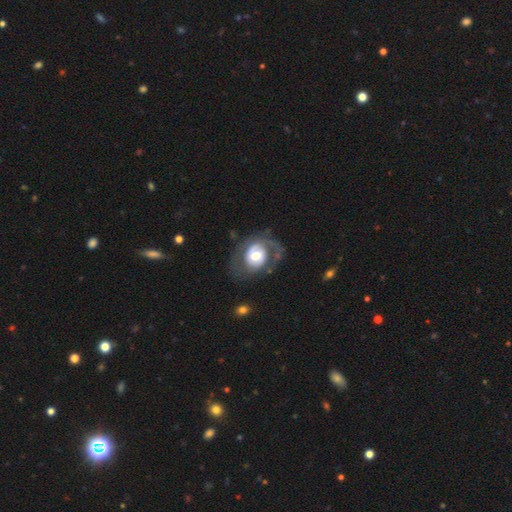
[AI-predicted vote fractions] A featured or disk galaxy (70%) with no bar (54%), 2 (70%) medium (44%) spiral arms (78%) and a moderate central bulge (54%).

Vote fractions:
- Smooth or featured? featured or disk: 70% / smooth: 25% / star or artifact: 6%
- Edge-on disk? no: 97% / yes: 3%
- Bar? no: 54% / weak: 34% / strong: 12%
- Spiral arms? yes: 78% / no: 22%
- Spiral winding? medium: 44% / tight: 31% / loose: 25%
- Spiral arm count? 2: 70% / 1: 16% / can't tell: 10% / 3: 2% / 4: 1% / more than 4: 1%
- Bulge size? moderate: 54% / large: 32% / small: 9% / dominant: 4% / none: 1%
- Merging? none: 56% / major disturbance: 22% / minor disturbance: 19% / merger: 2%